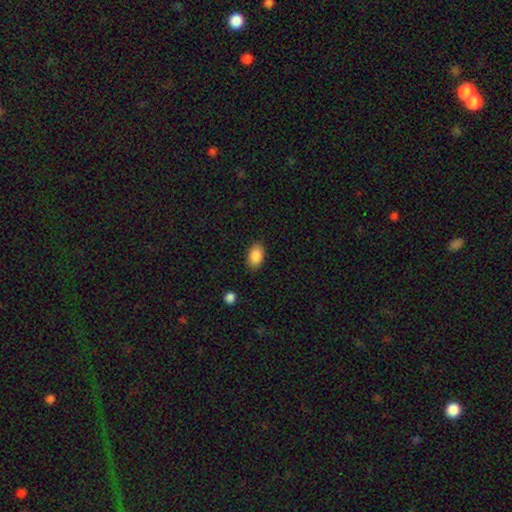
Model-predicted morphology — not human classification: A smooth galaxy with no disk features (88%) that is in between round and cigar-shaped (91%).

Vote fractions:
- Smooth or featured? smooth: 88% / star or artifact: 8% / featured or disk: 4%
- How rounded? in between: 91% / round: 7% / cigar-shaped: 1%
- Merging? none: 86% / minor disturbance: 10% / major disturbance: 3% / merger: 1%